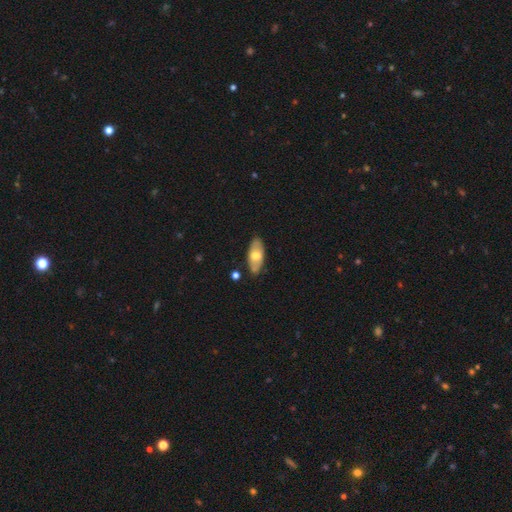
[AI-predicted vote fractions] smooth 61%, featured or disk 33%, star or artifact 6%. Down the decision tree: how rounded — in between (86%); merging — none (81%).